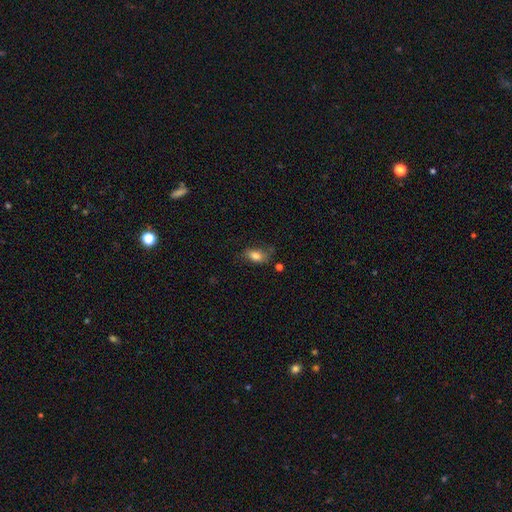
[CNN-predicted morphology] Smooth or featured: smooth — 79% (featured or disk — 13%)
How rounded: in between — 87% (round — 9%)
Merging: none — 60% (minor disturbance — 26%)